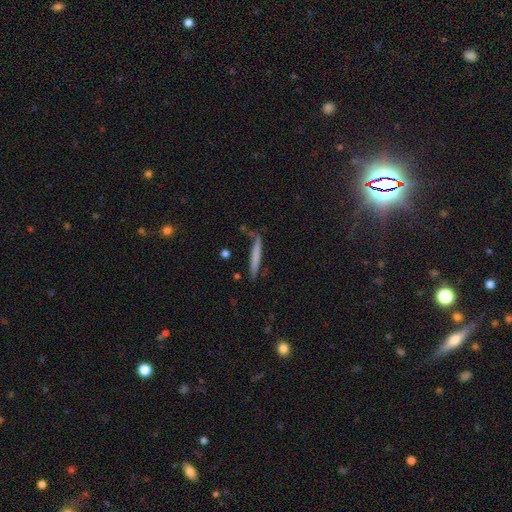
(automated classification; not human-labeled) A smooth galaxy with no disk features (68%) that is cigar-shaped (95%). Merging: none (75%).